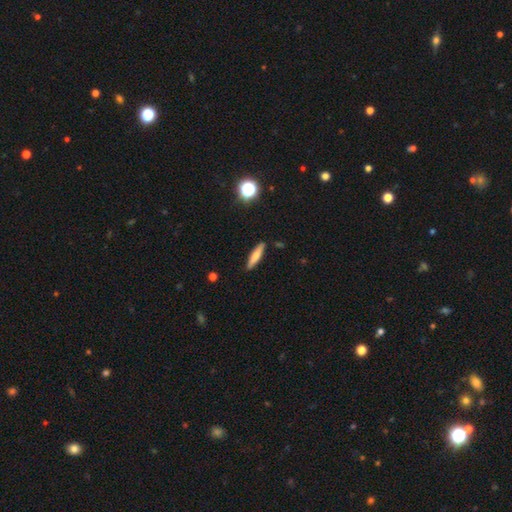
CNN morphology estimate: smooth_or_featured: smooth (p=0.66) [alt: featured or disk p=0.27]
how_rounded: cigar-shaped (p=0.83) [alt: in between p=0.15]
merging: none (p=0.88) [alt: minor disturbance p=0.08]